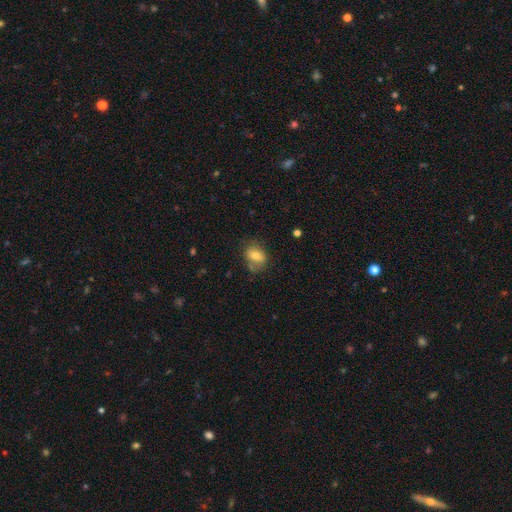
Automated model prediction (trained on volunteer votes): Overall: smooth (73%). How rounded: in between (71%). Merging: none (60%; minor disturbance 24%).